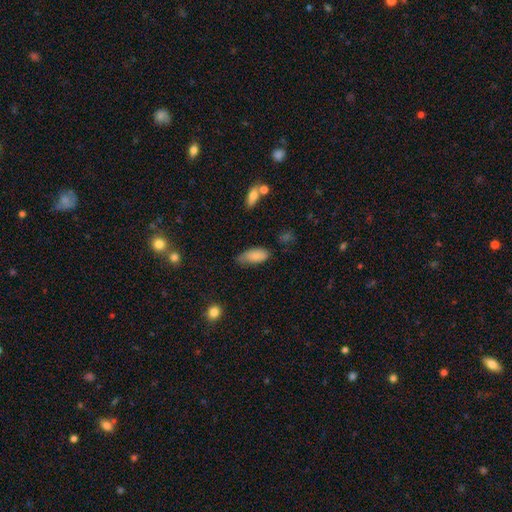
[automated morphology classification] Overall: smooth (83%). How rounded: in between (89%). Merging: none (51%; minor disturbance 37%).